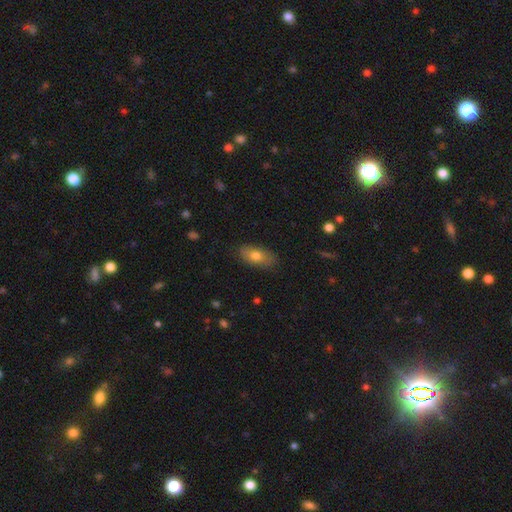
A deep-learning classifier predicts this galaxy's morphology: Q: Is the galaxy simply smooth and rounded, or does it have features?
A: smooth — 74%.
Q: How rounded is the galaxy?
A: in between — 90%.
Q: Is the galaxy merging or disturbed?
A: none — 82%.